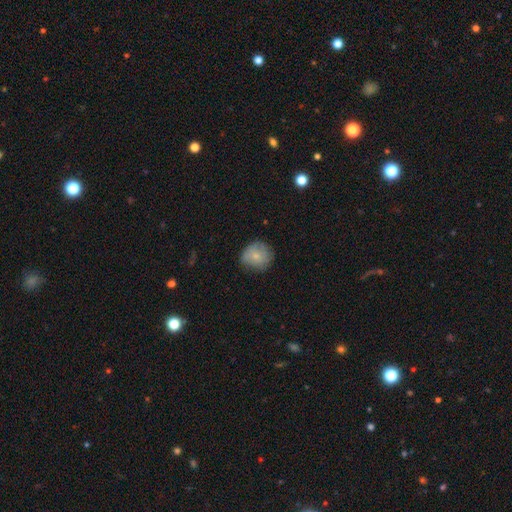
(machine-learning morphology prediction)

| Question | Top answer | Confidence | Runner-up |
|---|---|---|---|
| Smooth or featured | smooth | 74% | featured or disk (18%) |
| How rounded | round | 81% | in between (18%) |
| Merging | none | 70% | minor disturbance (23%) |